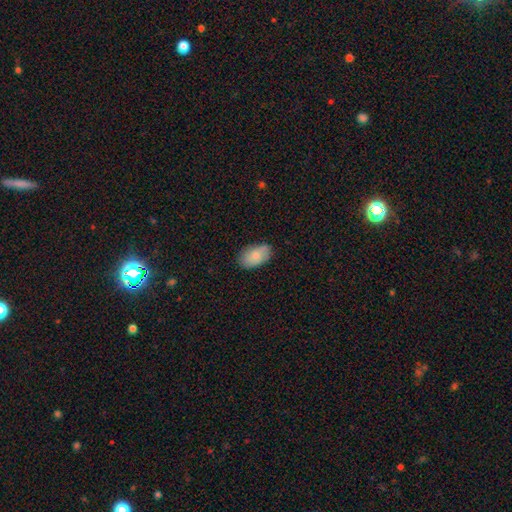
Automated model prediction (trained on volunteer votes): A smooth galaxy with no disk features (81%) that is in between round and cigar-shaped (93%).

Vote fractions:
- Smooth or featured? smooth: 81% / featured or disk: 13% / star or artifact: 6%
- How rounded? in between: 93% / round: 5% / cigar-shaped: 2%
- Merging? none: 81% / minor disturbance: 15% / major disturbance: 3% / merger: 1%